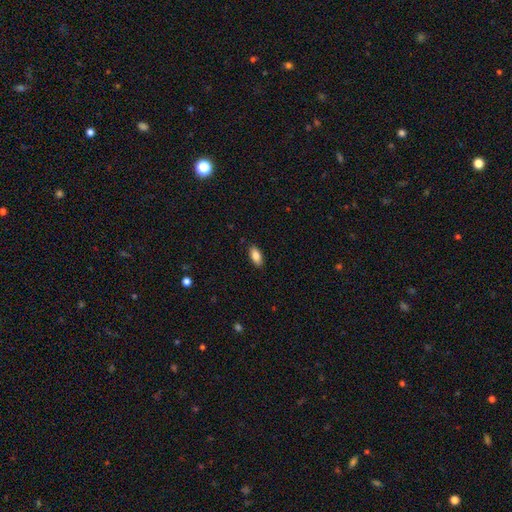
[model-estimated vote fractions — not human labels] The model was most divided on "merging": none: 87%, minor disturbance: 9%, major disturbance: 2%, merger: 1%. More confident: how rounded — in between (90%); smooth or featured — smooth (86%).